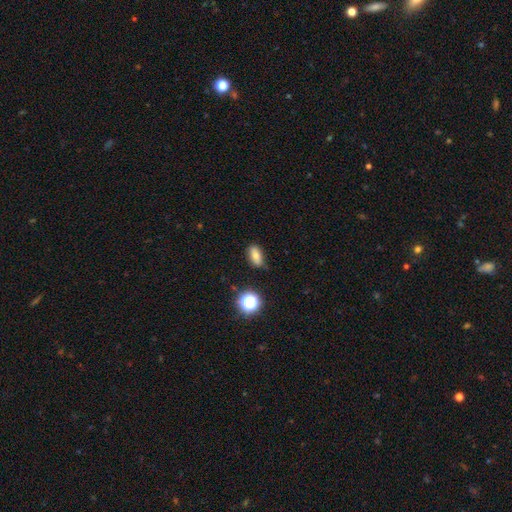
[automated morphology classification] Smooth or featured: smooth — 73% (star or artifact — 14%)
How rounded: in between — 82% (round — 10%)
Merging: none — 75% (minor disturbance — 19%)